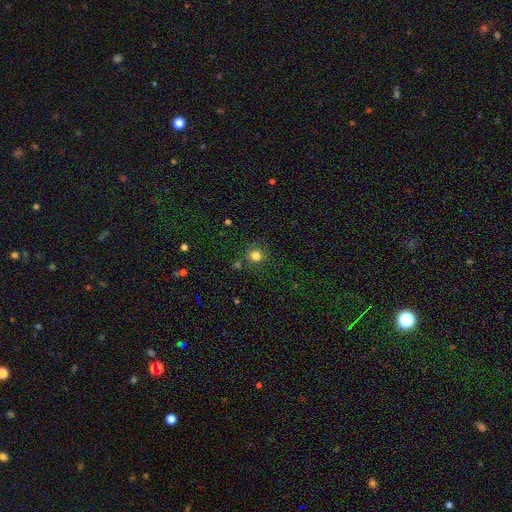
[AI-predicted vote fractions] The model was most divided on "smooth or featured": smooth: 81%, star or artifact: 14%, featured or disk: 5%. More confident: how rounded — round (90%); merging — none (82%).